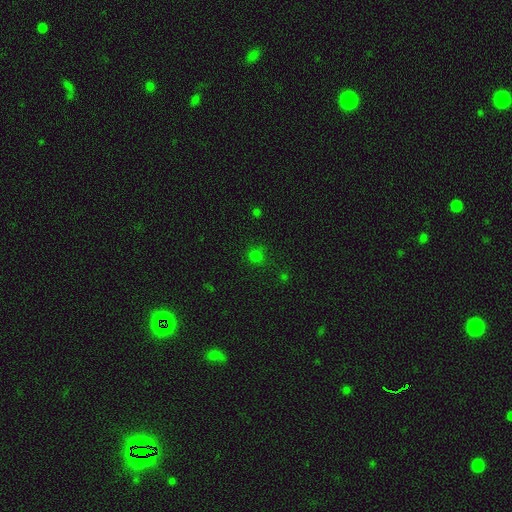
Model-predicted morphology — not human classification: smooth 73%, star or artifact 23%, featured or disk 4%. Down the decision tree: how rounded — round (90%); merging — none (84%).